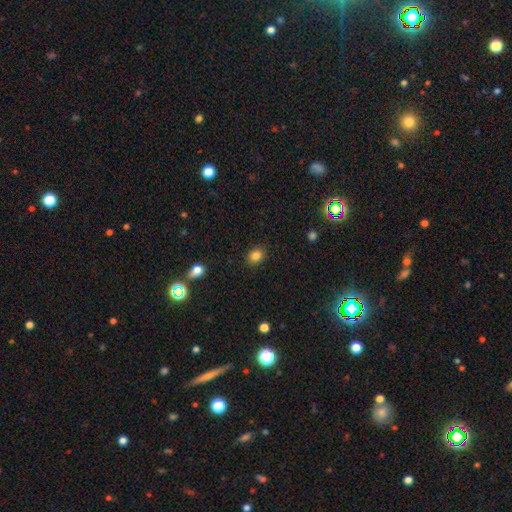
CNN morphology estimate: type=smooth (83%); roundness=round (61%); merging=none (86%).